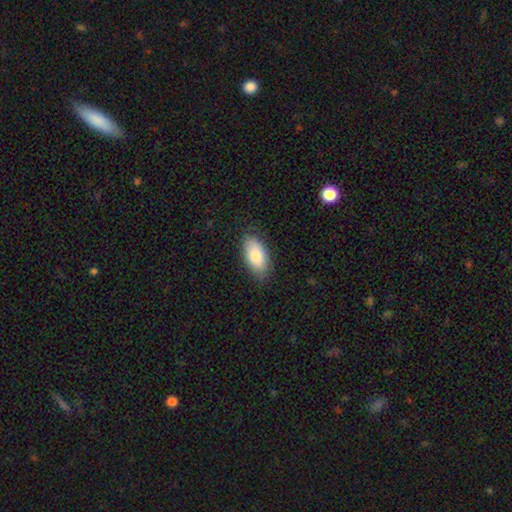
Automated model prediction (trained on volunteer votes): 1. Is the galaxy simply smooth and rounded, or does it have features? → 83% smooth, 11% featured or disk, 6% star or artifact.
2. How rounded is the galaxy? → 92% in between, 6% cigar-shaped, 3% round.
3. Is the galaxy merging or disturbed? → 83% none, 14% minor disturbance, 3% major disturbance, 1% merger.